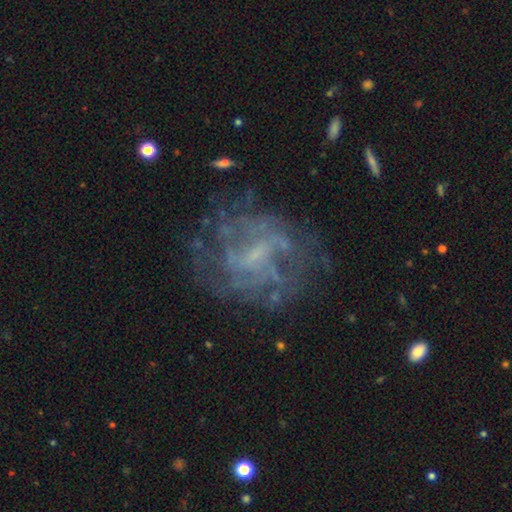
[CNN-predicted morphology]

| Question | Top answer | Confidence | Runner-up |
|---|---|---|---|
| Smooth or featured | featured or disk | 78% | smooth (11%) |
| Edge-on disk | no | 98% | yes (2%) |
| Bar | weak | 52% | no (35%) |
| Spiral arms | yes | 76% | no (24%) |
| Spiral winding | tight | 42% | medium (39%) |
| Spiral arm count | can't tell | 51% | 2 (15%) |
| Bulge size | small | 50% | none (32%) |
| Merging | none | 68% | minor disturbance (16%) |